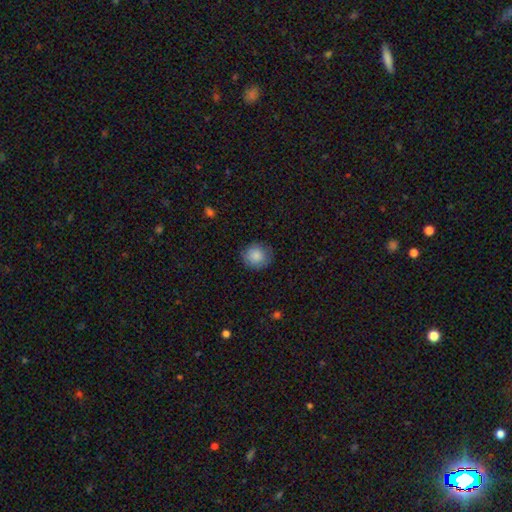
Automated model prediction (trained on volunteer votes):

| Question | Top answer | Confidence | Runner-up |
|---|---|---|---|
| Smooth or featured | smooth | 86% | star or artifact (8%) |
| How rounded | round | 89% | in between (10%) |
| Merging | none | 81% | minor disturbance (14%) |